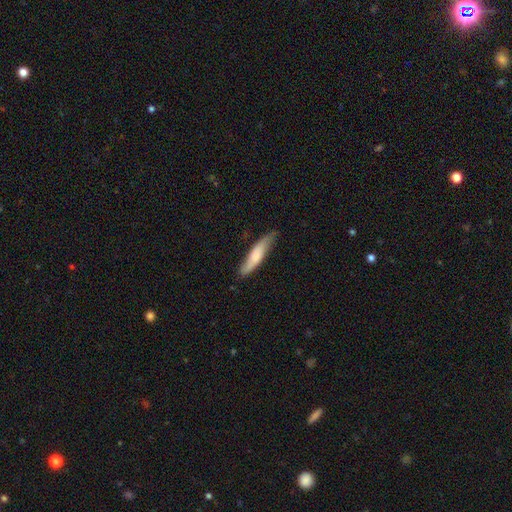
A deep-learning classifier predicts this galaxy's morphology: The model was most divided on "smooth or featured": smooth: 62%, featured or disk: 32%, star or artifact: 5%. More confident: how rounded — cigar-shaped (83%); merging — none (73%).